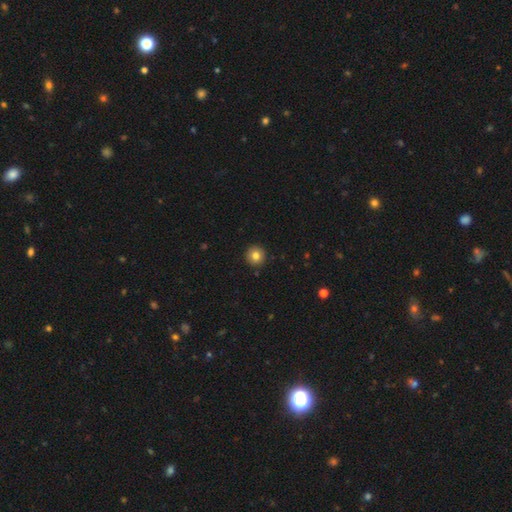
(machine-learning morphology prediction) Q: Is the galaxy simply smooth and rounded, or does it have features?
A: smooth — 82%.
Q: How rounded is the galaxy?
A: round — 96%.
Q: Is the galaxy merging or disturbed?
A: none — 93%.